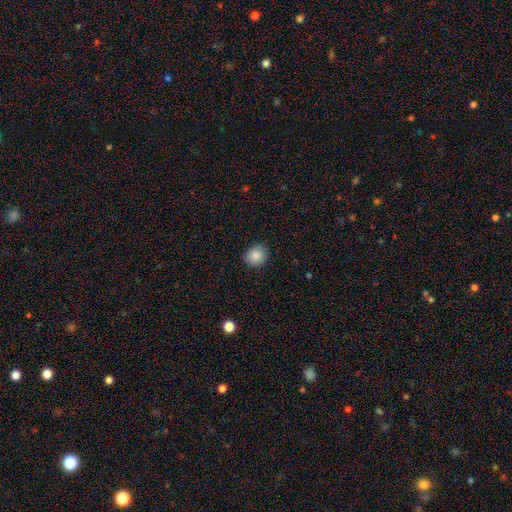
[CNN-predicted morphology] A smooth galaxy with no disk features (87%) that is round (77%).

Vote fractions:
- Smooth or featured? smooth: 87% / star or artifact: 9% / featured or disk: 5%
- How rounded? round: 77% / in between: 22% / cigar-shaped: 1%
- Merging? none: 82% / minor disturbance: 14% / major disturbance: 3% / merger: 1%